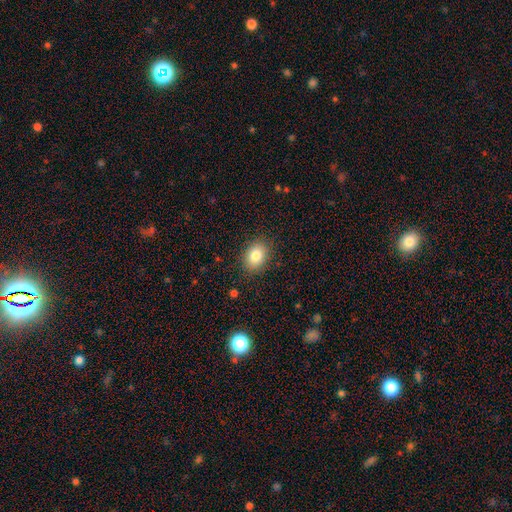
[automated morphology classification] Smooth or featured: smooth — 83% (star or artifact — 9%)
How rounded: in between — 68% (round — 31%)
Merging: none — 87% (minor disturbance — 10%)